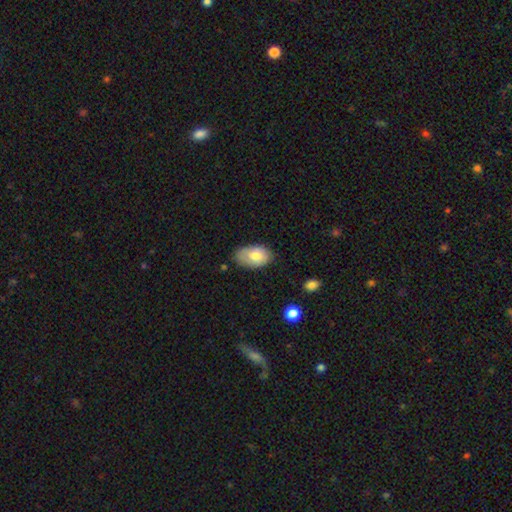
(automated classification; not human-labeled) The model was most divided on "merging": none: 65%, minor disturbance: 27%, major disturbance: 6%, merger: 2%. More confident: how rounded — in between (92%); smooth or featured — smooth (71%).